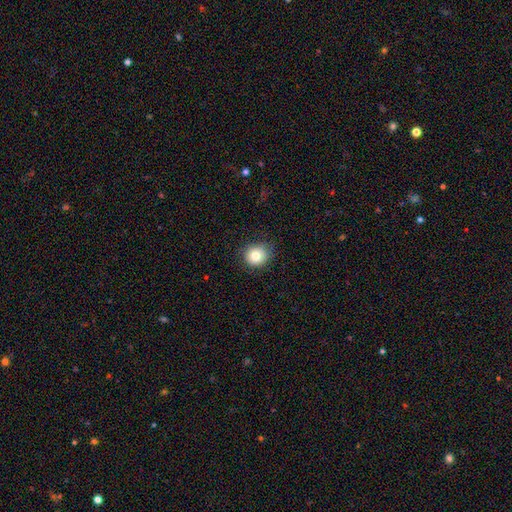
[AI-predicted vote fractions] A smooth galaxy with no disk features (80%) that is round (84%). Merging: none (83%).